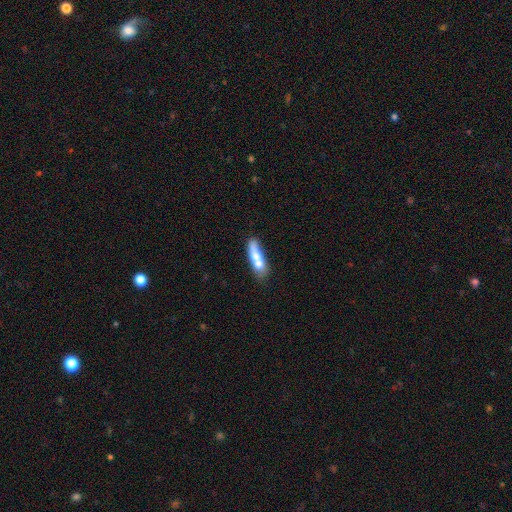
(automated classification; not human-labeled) Smooth or featured? Predicted: smooth (p=0.65). How rounded? Predicted: cigar-shaped (p=0.65). Merging? Predicted: none (p=0.38).